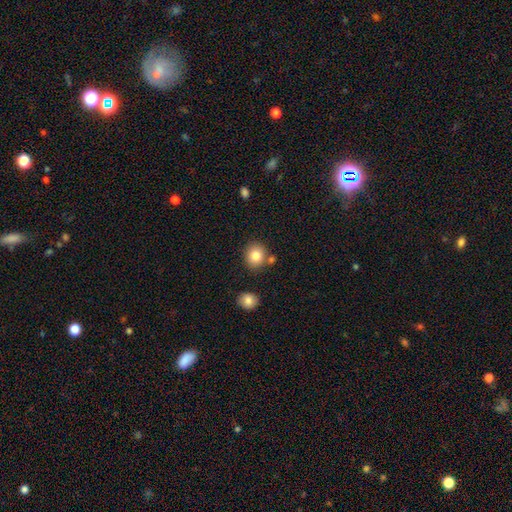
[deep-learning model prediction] smooth-or-featured: smooth: 82% | star or artifact: 9% | featured or disk: 8%
  how-rounded: round: 80% | in between: 19% | cigar-shaped: 1%
  merging: none: 77% | merger: 10% | minor disturbance: 10% | major disturbance: 3%